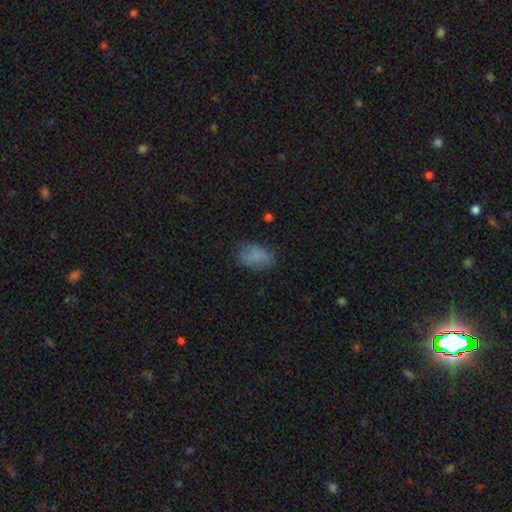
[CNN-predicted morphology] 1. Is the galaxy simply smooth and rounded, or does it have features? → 79% smooth, 11% featured or disk, 10% star or artifact.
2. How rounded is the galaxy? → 88% in between, 10% round, 2% cigar-shaped.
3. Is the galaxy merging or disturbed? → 69% none, 22% minor disturbance, 7% major disturbance, 2% merger.